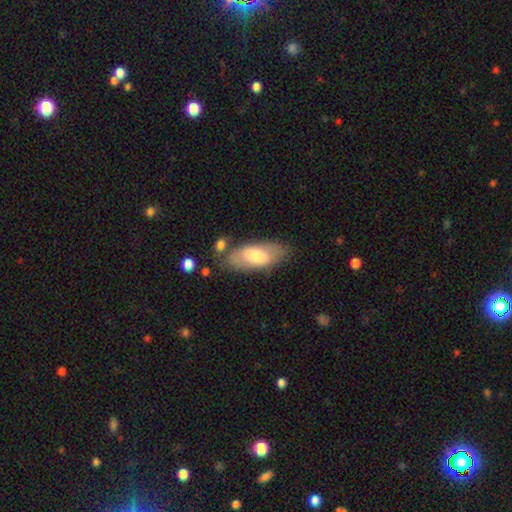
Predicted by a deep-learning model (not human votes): A smooth galaxy with no disk features (68%) that is in between round and cigar-shaped (84%).

Vote fractions:
- Smooth or featured? smooth: 68% / featured or disk: 26% / star or artifact: 6%
- How rounded? in between: 84% / cigar-shaped: 14% / round: 2%
- Merging? none: 70% / minor disturbance: 17% / merger: 8% / major disturbance: 5%